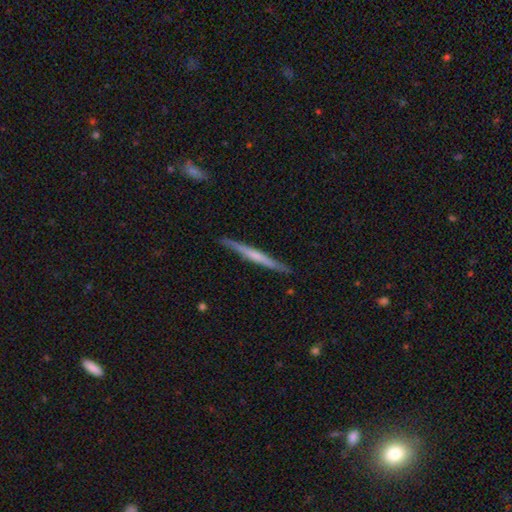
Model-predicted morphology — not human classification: The model was most divided on "smooth or featured": featured or disk: 55%, smooth: 39%, star or artifact: 5%. More confident: edge-on disk — yes (97%); merging — none (89%); edge-on bulge — none (64%).